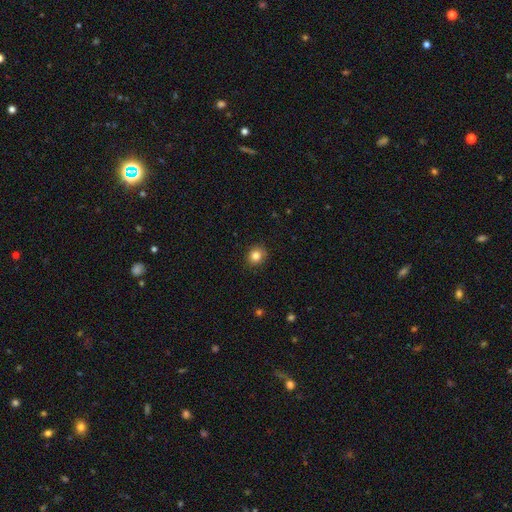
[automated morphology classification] Overall: smooth (84%). How rounded: round (79%). Merging: none (89%).